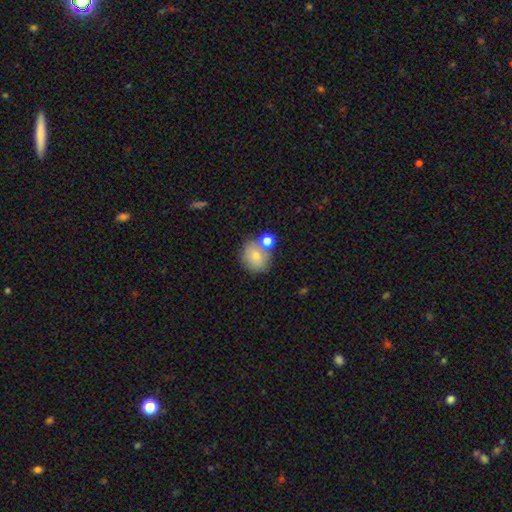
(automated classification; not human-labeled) Smooth or featured? Predicted: smooth (p=0.76). How rounded? Predicted: round (p=0.80). Merging? Predicted: none (p=0.56).